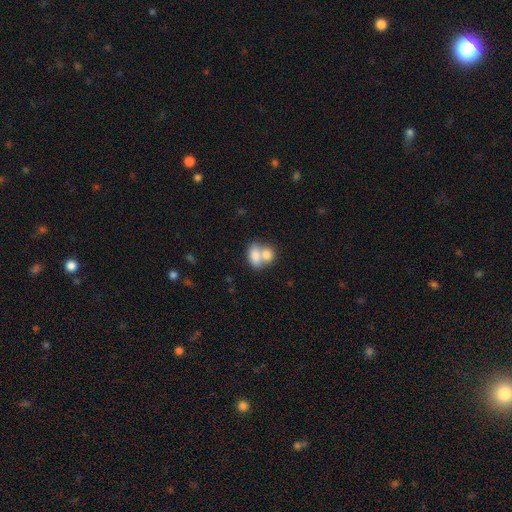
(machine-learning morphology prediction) Smooth or featured? Predicted: smooth (p=0.78). How rounded? Predicted: in between (p=0.77). Merging? Predicted: merger (p=0.69).